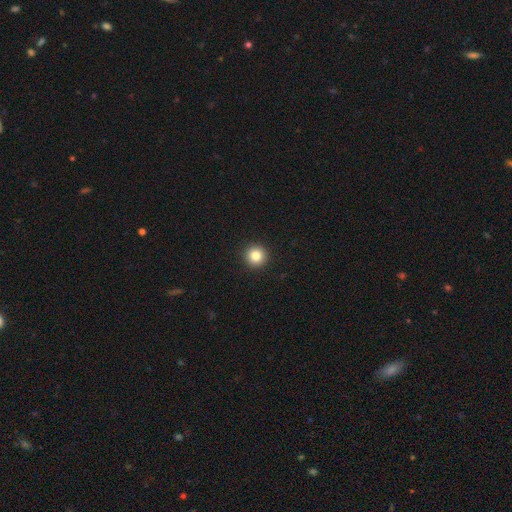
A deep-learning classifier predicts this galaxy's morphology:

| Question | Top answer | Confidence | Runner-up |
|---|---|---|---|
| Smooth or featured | smooth | 83% | star or artifact (11%) |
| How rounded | round | 96% | in between (3%) |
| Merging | none | 94% | minor disturbance (4%) |